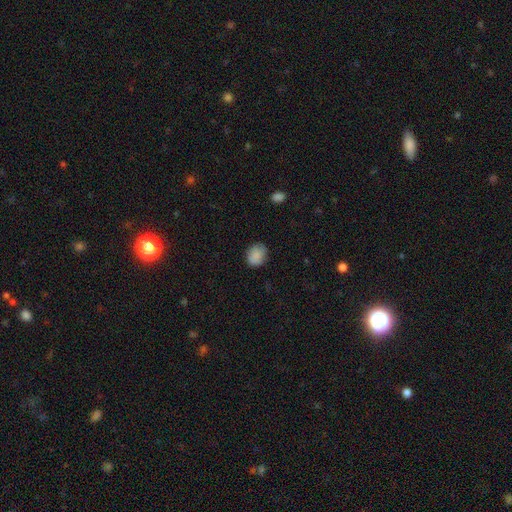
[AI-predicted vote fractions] This is clearly a smooth galaxy (87%). How rounded: possibly round (59%). Merging: likely none (76%).